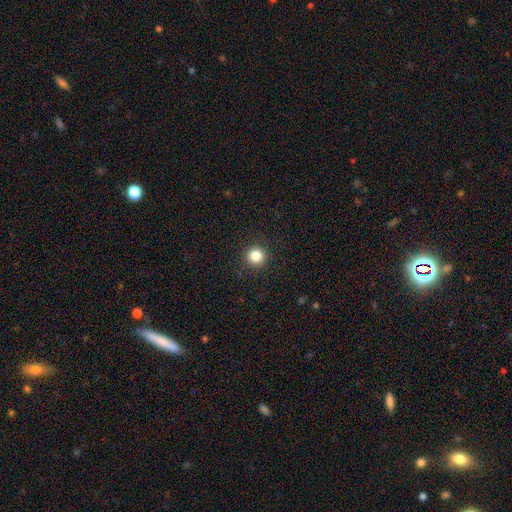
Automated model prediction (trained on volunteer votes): This is clearly a smooth galaxy (85%). How rounded: clearly round (95%). Merging: clearly none (93%).